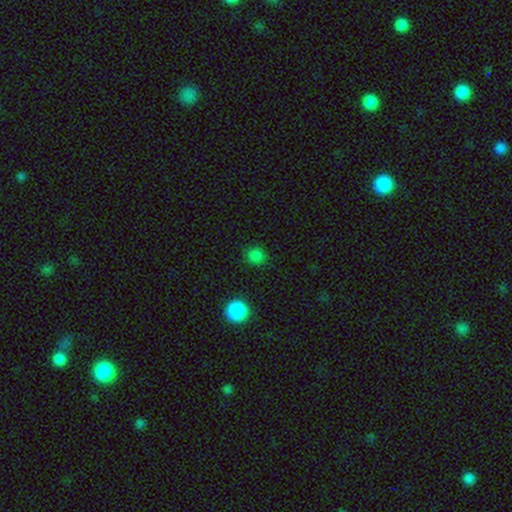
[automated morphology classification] Smooth or featured: smooth — 82% (star or artifact — 15%)
How rounded: round — 89% (in between — 10%)
Merging: none — 89% (minor disturbance — 7%)